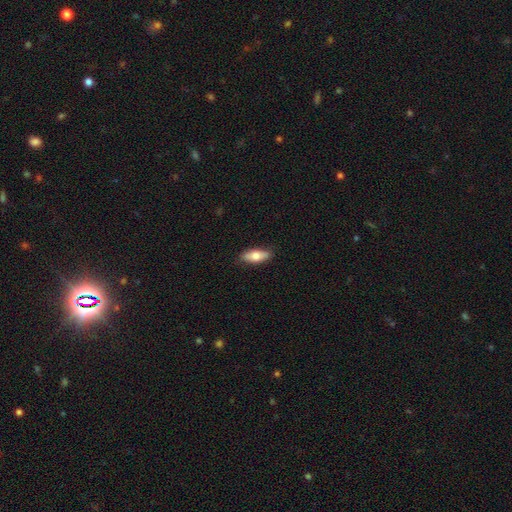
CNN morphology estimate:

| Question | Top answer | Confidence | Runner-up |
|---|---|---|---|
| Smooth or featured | smooth | 69% | featured or disk (25%) |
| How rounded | in between | 71% | cigar-shaped (26%) |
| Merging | none | 85% | minor disturbance (12%) |